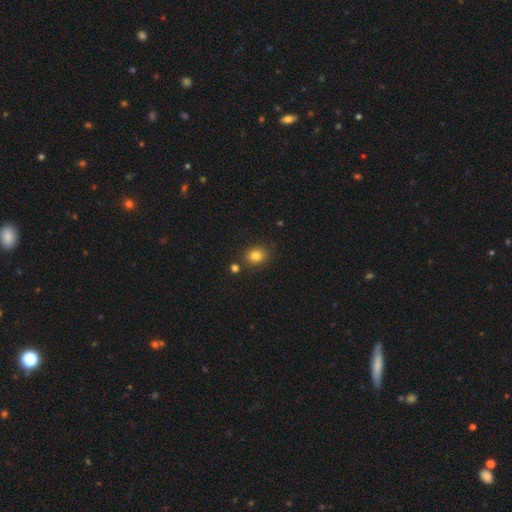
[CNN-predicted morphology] type=smooth (83%); roundness=round (68%); merging=none (81%).